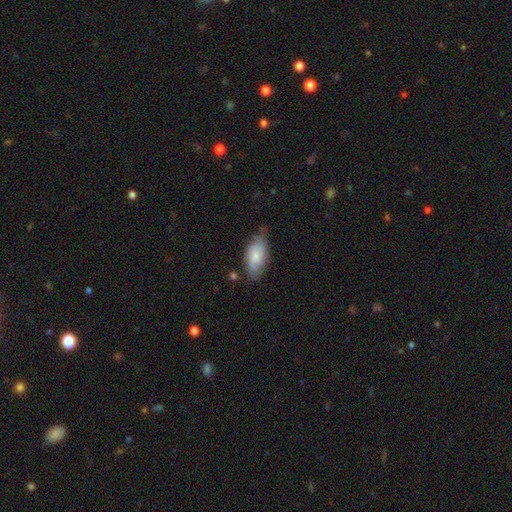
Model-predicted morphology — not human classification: smooth-or-featured: smooth: 75% | featured or disk: 20% | star or artifact: 6%
  how-rounded: in between: 91% | cigar-shaped: 7% | round: 2%
  merging: none: 62% | minor disturbance: 29% | major disturbance: 5% | merger: 3%